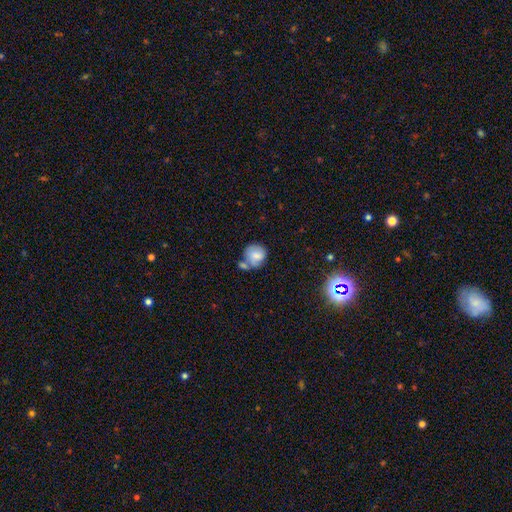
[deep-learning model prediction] This appears to be a smooth galaxy with no disk features (73%) that is round (80%). Merging: none (38%).